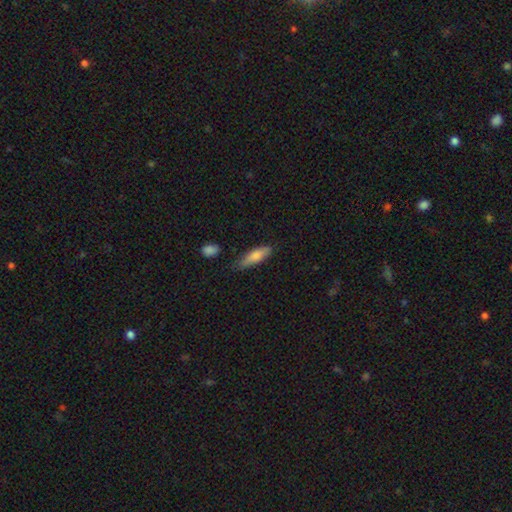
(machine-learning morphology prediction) Smooth or featured?
  - smooth: 79% *
  - featured or disk: 15%
  - star or artifact: 6%
How rounded?
  - cigar-shaped: 52% *
  - in between: 46%
  - round: 2%
Merging?
  - none: 66% *
  - minor disturbance: 25%
  - major disturbance: 5%
  - merger: 4%